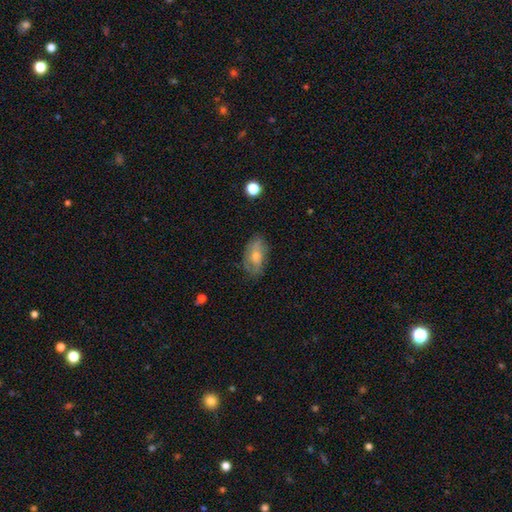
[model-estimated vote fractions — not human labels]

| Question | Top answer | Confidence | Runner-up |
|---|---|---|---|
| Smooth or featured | smooth | 48% | featured or disk (42%) |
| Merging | none | 73% | minor disturbance (20%) |